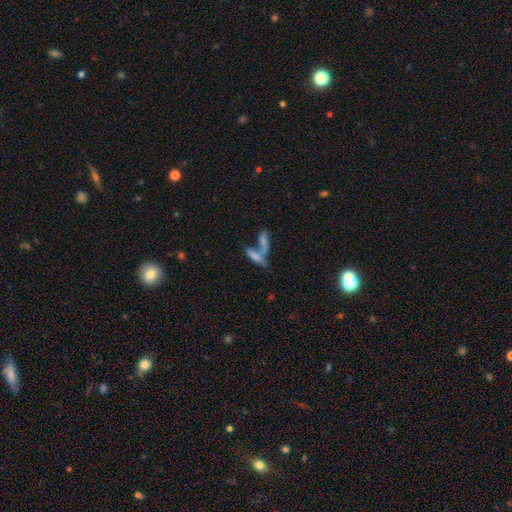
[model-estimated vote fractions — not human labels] Smooth or featured?
  - smooth: 61% *
  - featured or disk: 28%
  - star or artifact: 11%
How rounded?
  - cigar-shaped: 59% *
  - in between: 38%
  - round: 3%
Merging?
  - merger: 62% *
  - none: 26%
  - minor disturbance: 7%
  - major disturbance: 5%